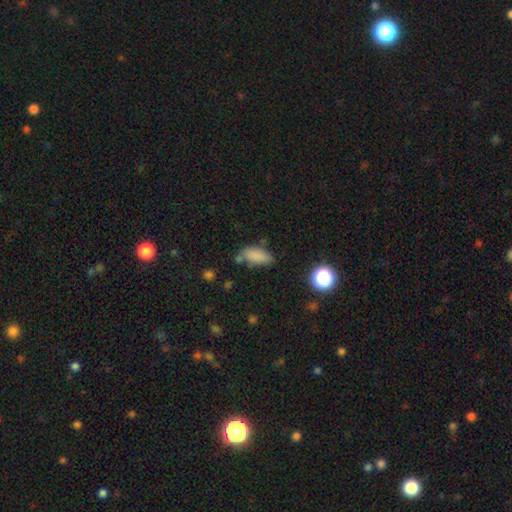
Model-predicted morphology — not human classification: Smooth or featured? Predicted: smooth (p=0.82). How rounded? Predicted: in between (p=0.86). Merging? Predicted: none (p=0.61).